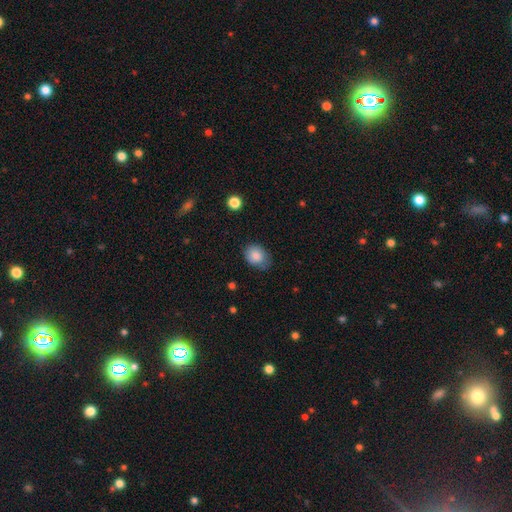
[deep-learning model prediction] smooth 85%, star or artifact 8%, featured or disk 7%. Down the decision tree: how rounded — in between (55%); merging — none (63%).